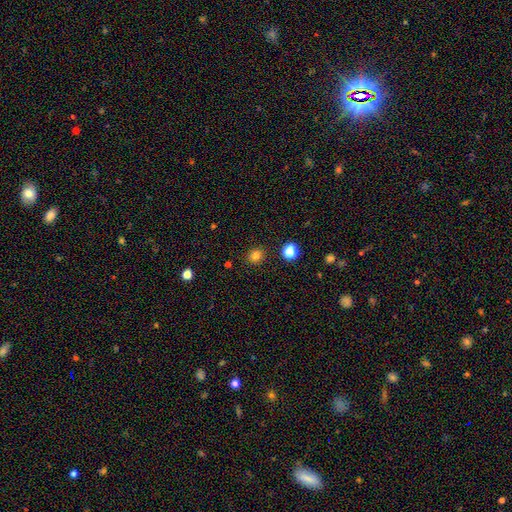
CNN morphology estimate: smooth-or-featured: smooth: 80% | star or artifact: 15% | featured or disk: 5%
  how-rounded: round: 81% | in between: 18% | cigar-shaped: 1%
  merging: none: 89% | minor disturbance: 7% | major disturbance: 2% | merger: 2%